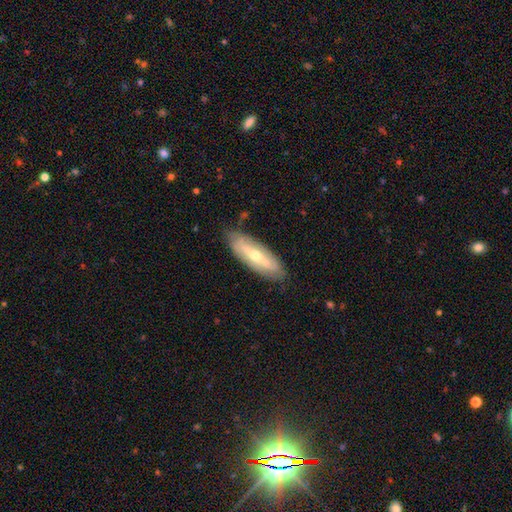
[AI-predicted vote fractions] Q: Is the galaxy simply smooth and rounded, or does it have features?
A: featured or disk — 59%.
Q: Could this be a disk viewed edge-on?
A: no — 69%.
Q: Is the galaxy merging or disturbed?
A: none — 81%.